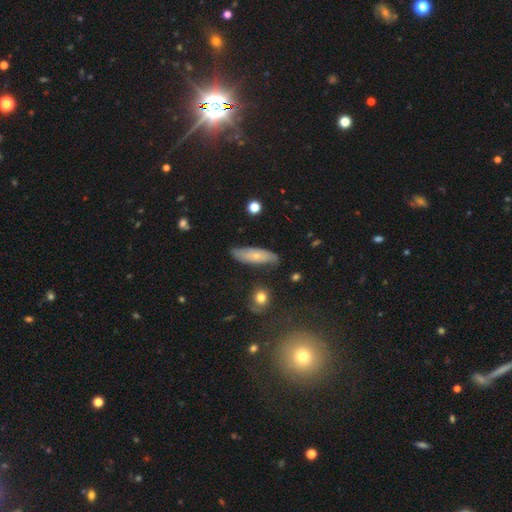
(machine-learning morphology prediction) Smooth or featured: smooth — 54% (featured or disk — 39%)
How rounded: in between — 51% (cigar-shaped — 46%)
Merging: none — 76% (minor disturbance — 19%)